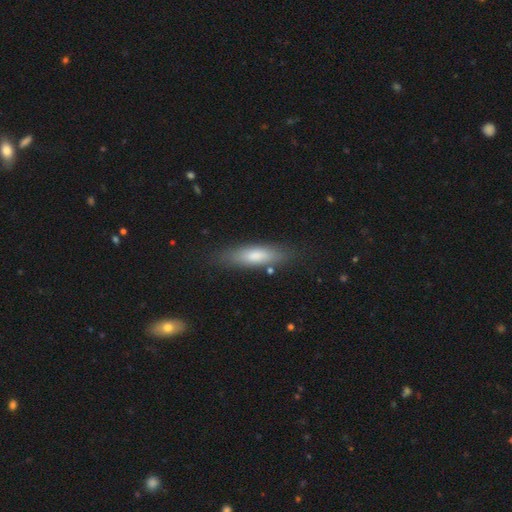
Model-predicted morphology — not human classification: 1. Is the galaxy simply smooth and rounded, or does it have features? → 76% smooth, 18% featured or disk, 6% star or artifact.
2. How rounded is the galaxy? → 54% cigar-shaped, 44% in between, 2% round.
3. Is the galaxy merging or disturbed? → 81% none, 13% minor disturbance, 4% major disturbance, 2% merger.